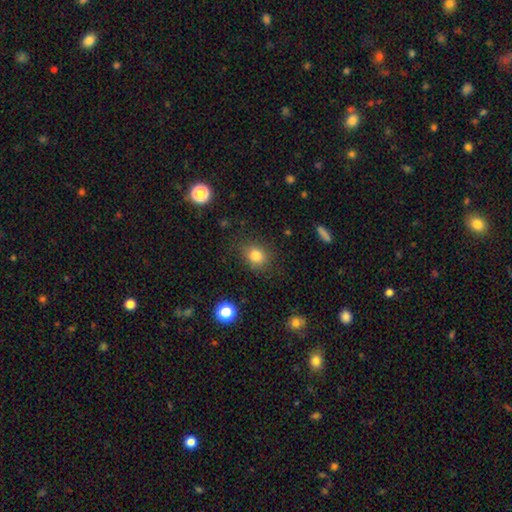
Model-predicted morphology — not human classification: Smooth or featured?
  - smooth: 81% *
  - star or artifact: 12%
  - featured or disk: 7%
How rounded?
  - round: 64% *
  - in between: 35%
  - cigar-shaped: 1%
Merging?
  - none: 81% *
  - minor disturbance: 13%
  - major disturbance: 4%
  - merger: 2%